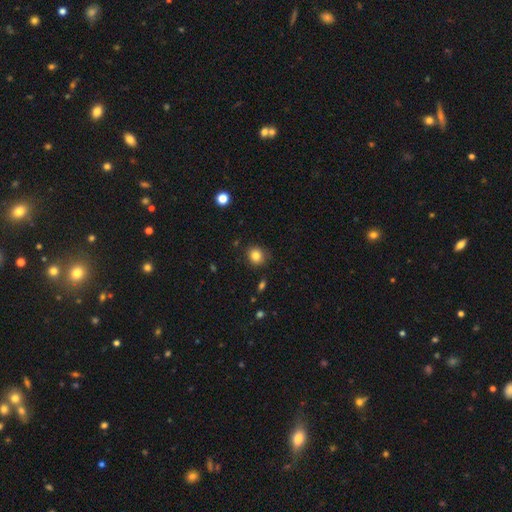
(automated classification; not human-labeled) This appears to be a smooth galaxy with no disk features (82%) that is round (78%). Merging: none (85%).